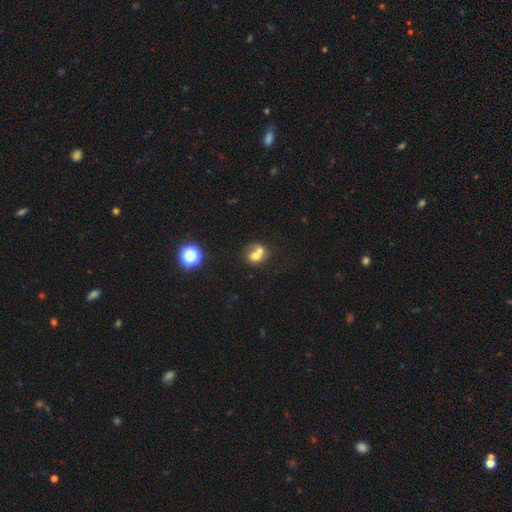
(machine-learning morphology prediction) Overall: smooth (64%). How rounded: round (69%; in between 30%). Merging: merger (66%).